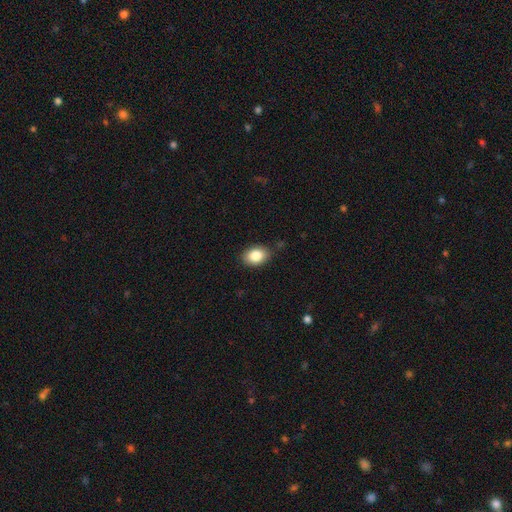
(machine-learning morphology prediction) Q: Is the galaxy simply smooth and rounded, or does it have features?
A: smooth — 86%.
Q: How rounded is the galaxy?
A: in between — 79%.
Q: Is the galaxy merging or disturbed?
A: none — 83%.